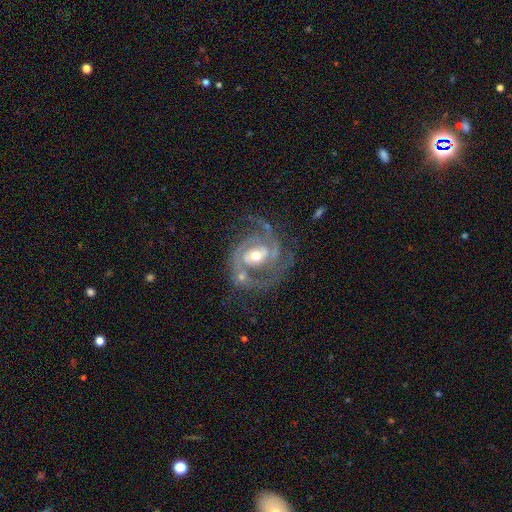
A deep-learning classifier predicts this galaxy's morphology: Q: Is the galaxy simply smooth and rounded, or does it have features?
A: featured or disk — 89%.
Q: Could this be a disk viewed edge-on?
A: no — 97%.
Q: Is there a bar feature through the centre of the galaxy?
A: no — 50%.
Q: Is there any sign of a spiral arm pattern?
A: yes — 95%.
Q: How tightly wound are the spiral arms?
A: tight — 46%.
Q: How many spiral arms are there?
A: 2 — 50%.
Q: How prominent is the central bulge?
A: moderate — 69%.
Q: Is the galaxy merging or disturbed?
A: none — 56%.